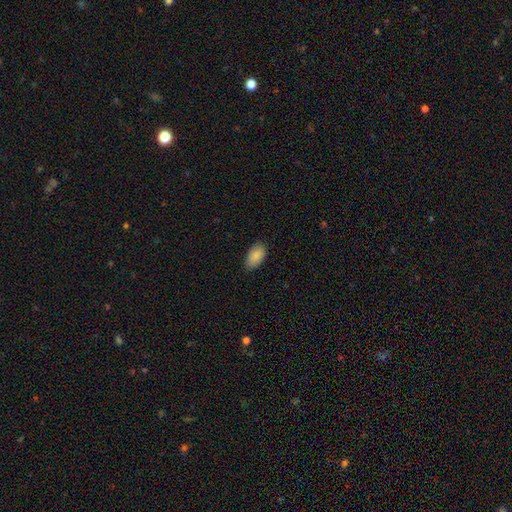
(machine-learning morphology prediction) Smooth or featured?
  - smooth: 88% *
  - star or artifact: 7%
  - featured or disk: 5%
How rounded?
  - in between: 95% *
  - round: 4%
  - cigar-shaped: 2%
Merging?
  - none: 84% *
  - minor disturbance: 12%
  - major disturbance: 2%
  - merger: 1%